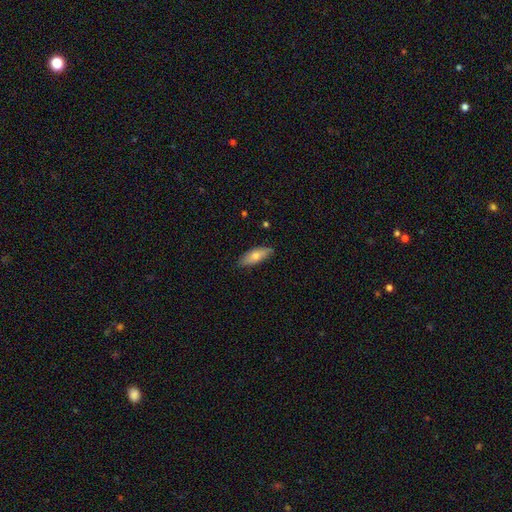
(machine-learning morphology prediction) Smooth or featured?
  - smooth: 69% *
  - featured or disk: 25%
  - star or artifact: 6%
How rounded?
  - in between: 61% *
  - cigar-shaped: 37%
  - round: 2%
Merging?
  - none: 84% *
  - minor disturbance: 13%
  - major disturbance: 2%
  - merger: 1%